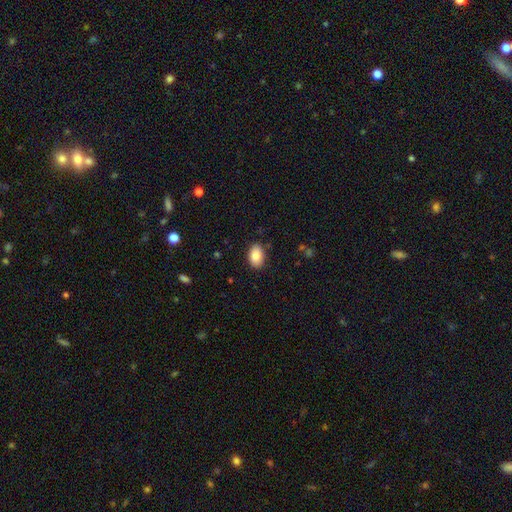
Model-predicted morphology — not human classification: Smooth or featured? smooth (87%)
How rounded? in between (87%)
Merging? none (86%)